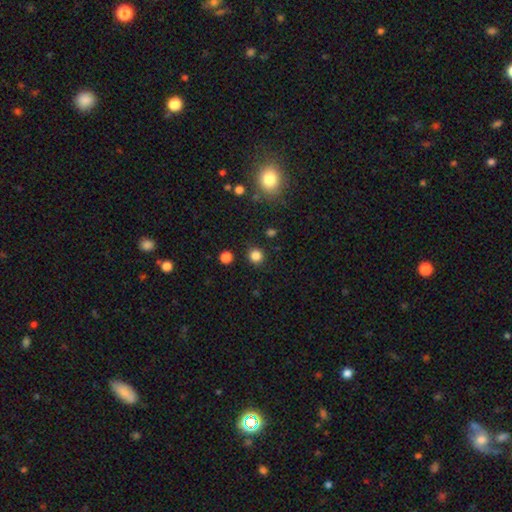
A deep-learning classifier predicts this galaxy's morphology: smooth_or_featured: smooth (p=0.83) [alt: star or artifact p=0.13]
how_rounded: round (p=0.91) [alt: in between p=0.08]
merging: none (p=0.89) [alt: minor disturbance p=0.06]